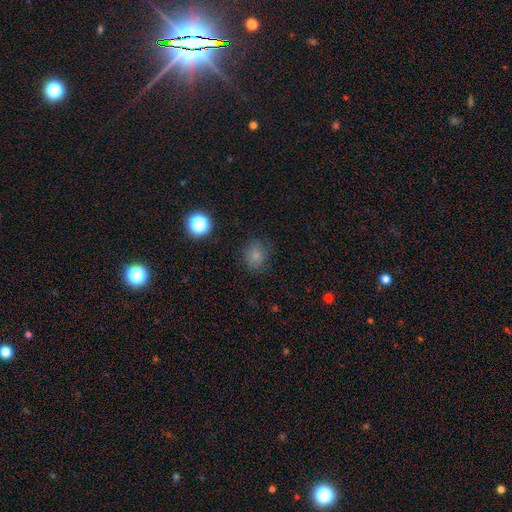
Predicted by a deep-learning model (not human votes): Overall: smooth (78%). How rounded: round (74%). Merging: none (78%).